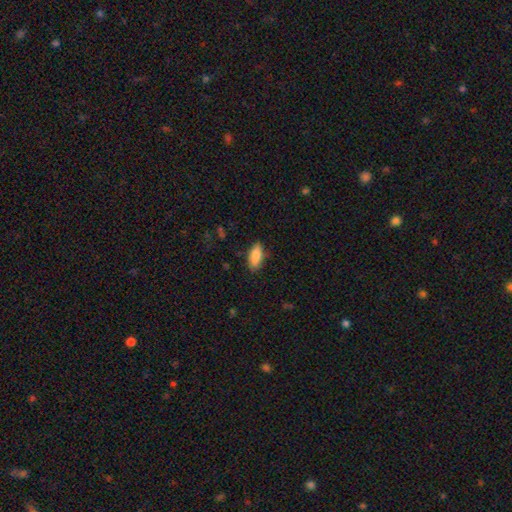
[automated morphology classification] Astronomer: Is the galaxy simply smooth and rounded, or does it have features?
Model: smooth — 86%.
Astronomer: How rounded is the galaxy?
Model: in between — 79%.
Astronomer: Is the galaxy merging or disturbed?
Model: none — 84%.